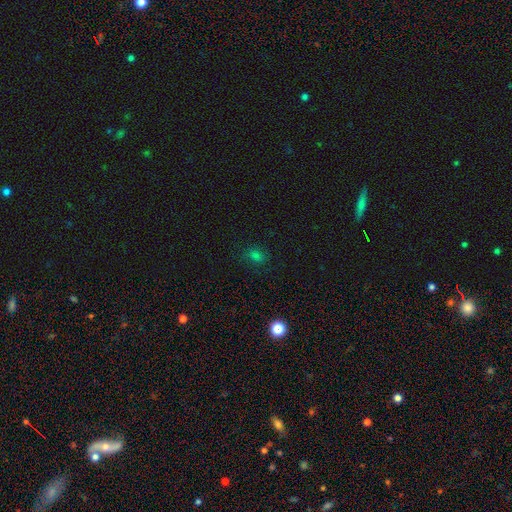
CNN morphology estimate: This appears to be a smooth galaxy with no disk features (64%) that is round (49%, tied with in between). Merging: none (79%).